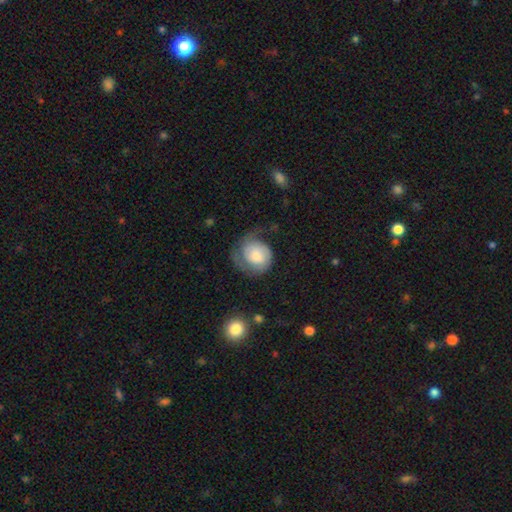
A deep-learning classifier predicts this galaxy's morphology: A featured or disk galaxy (53%) with no bar (72%), spiral arms (86%) and a moderate central bulge (36%). Merging: none (42%).